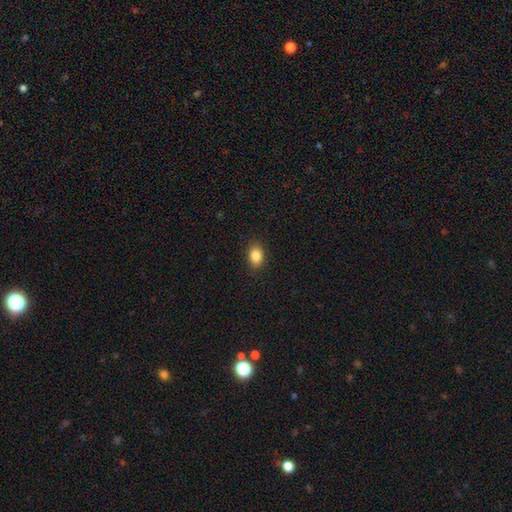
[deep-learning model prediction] Smooth or featured? smooth (85%)
How rounded? in between (78%)
Merging? none (89%)